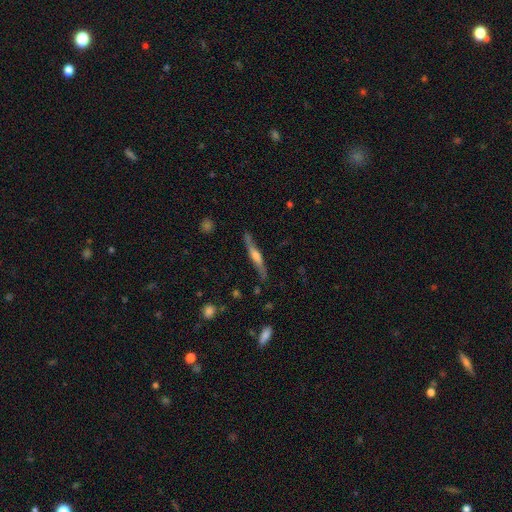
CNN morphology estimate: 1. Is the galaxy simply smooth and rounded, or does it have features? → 66% featured or disk, 28% smooth, 6% star or artifact.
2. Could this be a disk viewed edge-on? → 91% yes, 9% no.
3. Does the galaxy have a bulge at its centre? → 71% rounded, 18% boxy, 12% none.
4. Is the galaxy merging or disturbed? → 78% none, 16% minor disturbance, 4% major disturbance, 2% merger.